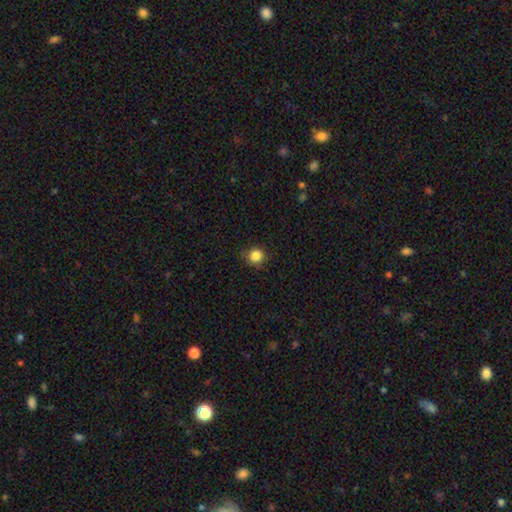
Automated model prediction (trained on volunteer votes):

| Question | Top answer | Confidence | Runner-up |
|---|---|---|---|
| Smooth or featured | smooth | 84% | star or artifact (12%) |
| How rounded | round | 91% | in between (8%) |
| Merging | none | 83% | minor disturbance (13%) |